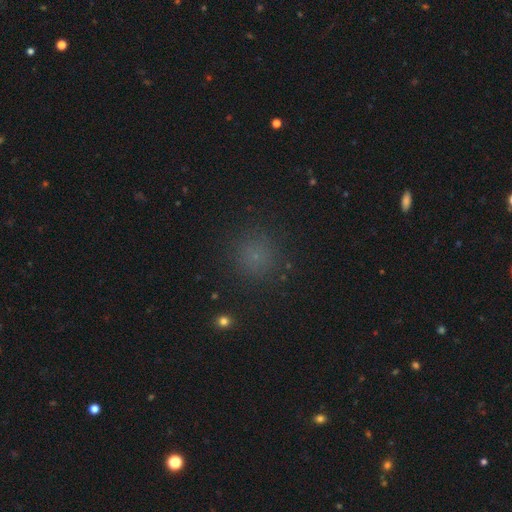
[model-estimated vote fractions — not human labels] Morphology: type=smooth (67%); roundness=round (93%); merging=none (87%).